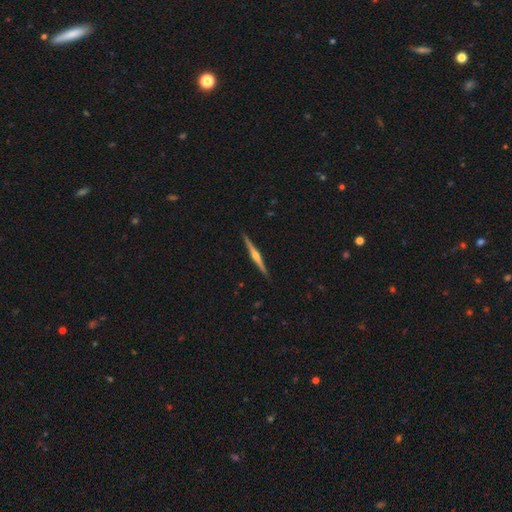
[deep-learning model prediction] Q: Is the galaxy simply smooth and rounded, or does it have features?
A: featured or disk — 80%.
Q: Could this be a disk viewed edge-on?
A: yes — 99%.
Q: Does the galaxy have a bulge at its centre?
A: rounded — 91%.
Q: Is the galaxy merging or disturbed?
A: none — 92%.